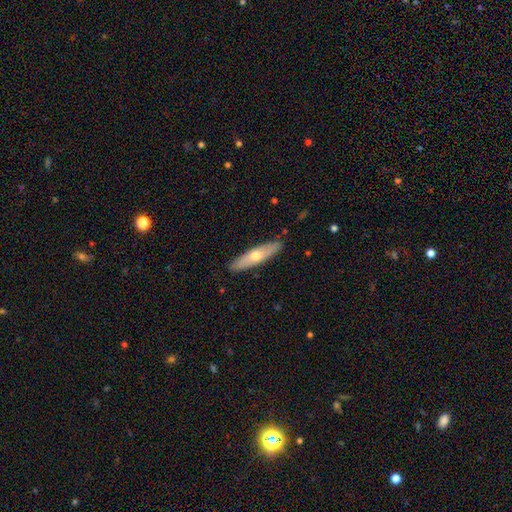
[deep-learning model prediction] Smooth or featured? Predicted: smooth (p=0.53). How rounded? Predicted: cigar-shaped (p=0.70). Merging? Predicted: none (p=0.89).